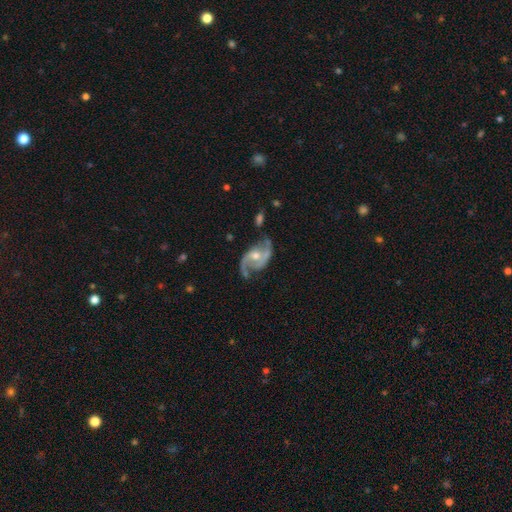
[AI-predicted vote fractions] A featured or disk galaxy (90%) with no bar (52%), 2 (90%) medium (48%) spiral arms (96%) and a moderate central bulge (64%). Merging: none (65%).